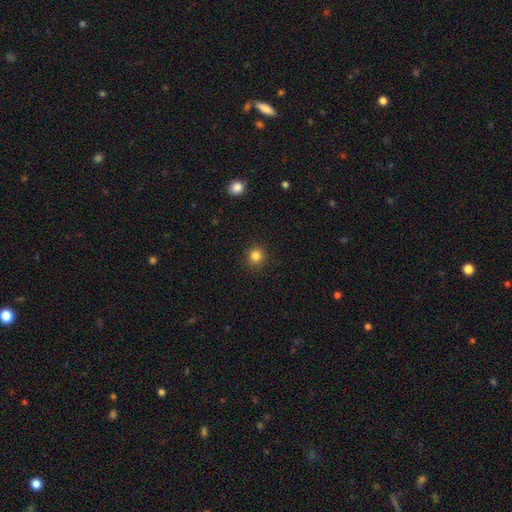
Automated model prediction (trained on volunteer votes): Overall: smooth (84%). How rounded: round (93%). Merging: none (91%).